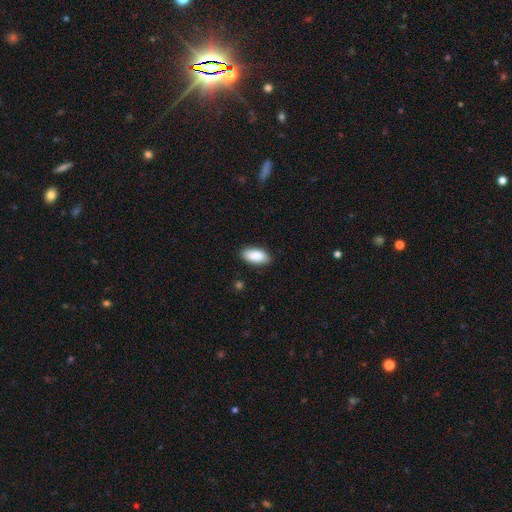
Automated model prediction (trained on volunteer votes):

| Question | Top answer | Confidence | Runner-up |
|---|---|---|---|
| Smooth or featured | smooth | 90% | star or artifact (6%) |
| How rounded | in between | 92% | cigar-shaped (6%) |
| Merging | none | 87% | minor disturbance (10%) |